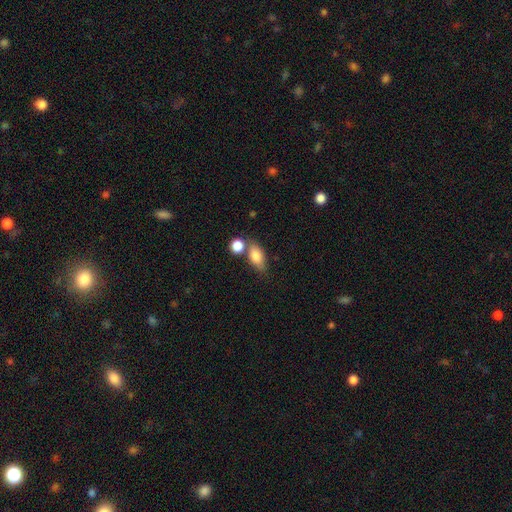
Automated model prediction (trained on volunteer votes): smooth_or_featured: smooth (p=0.82) [alt: featured or disk p=0.10]
how_rounded: in between (p=0.83) [alt: round p=0.11]
merging: none (p=0.54) [alt: merger p=0.24]